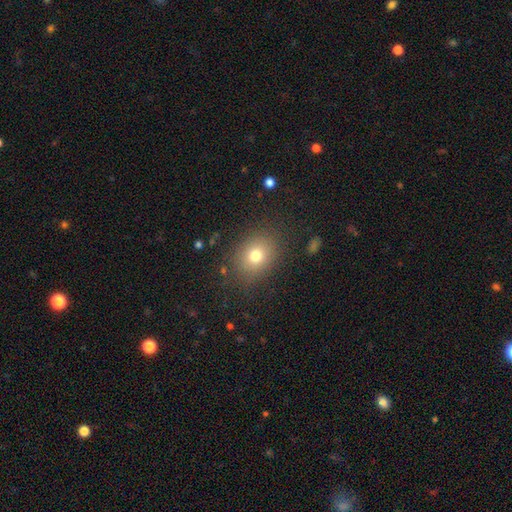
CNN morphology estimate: The model was most divided on "how rounded": round: 55%, in between: 44%, cigar-shaped: 1%. More confident: merging — none (83%); smooth or featured — smooth (74%).